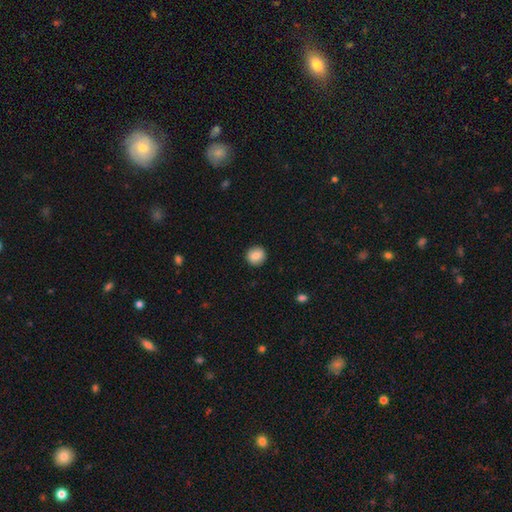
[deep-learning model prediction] Morphology: type=smooth (85%); roundness=round (92%); merging=none (92%).